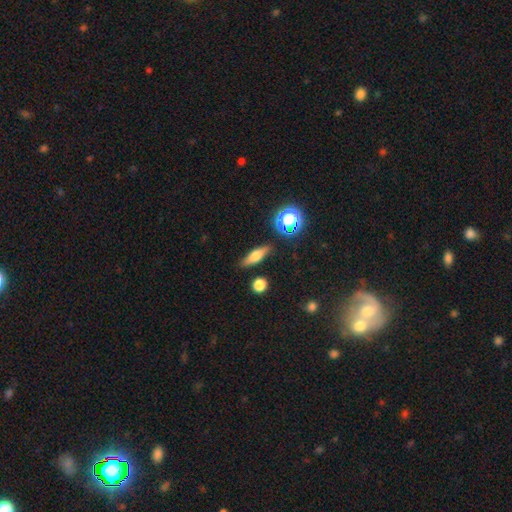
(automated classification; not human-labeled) Morphology: type=smooth (61%); roundness=cigar-shaped (55%); merging=none (84%).